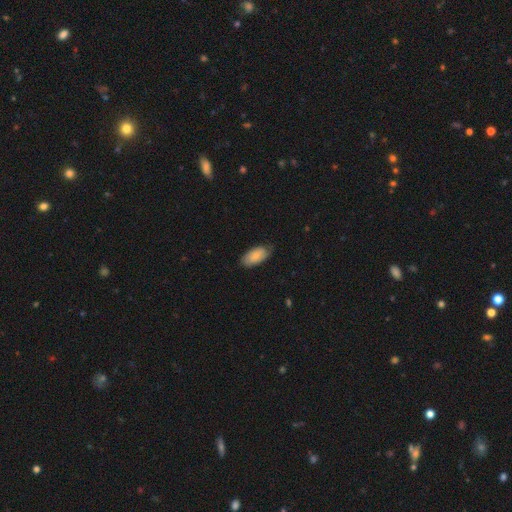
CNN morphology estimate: This appears to be a smooth galaxy with no disk features (78%) that is in between round and cigar-shaped (93%). Merging: none (70%).